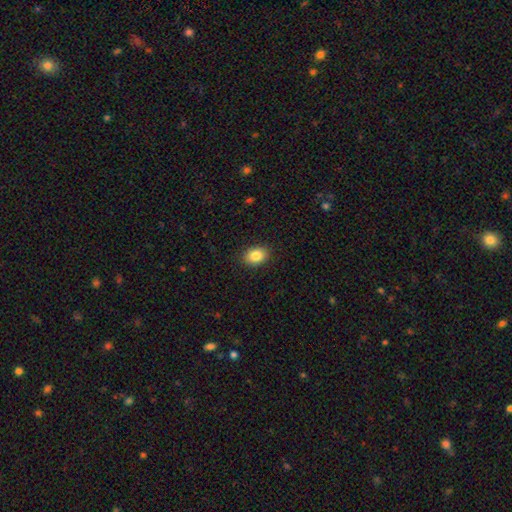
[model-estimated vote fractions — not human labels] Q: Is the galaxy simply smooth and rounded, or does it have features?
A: smooth — 86%.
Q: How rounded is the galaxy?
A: in between — 69%.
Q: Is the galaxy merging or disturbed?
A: none — 89%.